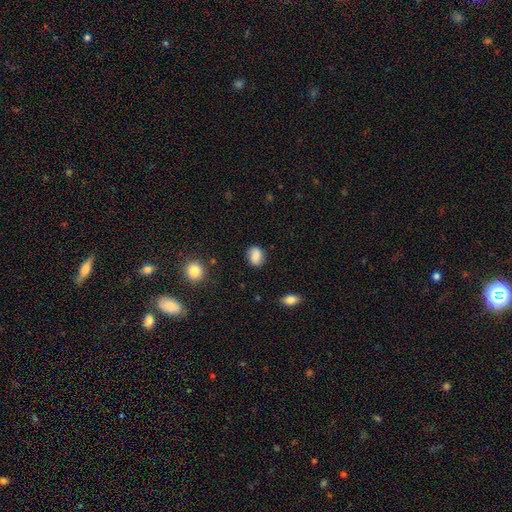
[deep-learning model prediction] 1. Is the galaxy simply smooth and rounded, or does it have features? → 83% smooth, 9% star or artifact, 8% featured or disk.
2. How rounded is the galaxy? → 60% in between, 38% round, 2% cigar-shaped.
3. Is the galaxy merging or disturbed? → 80% none, 14% minor disturbance, 3% major disturbance, 2% merger.